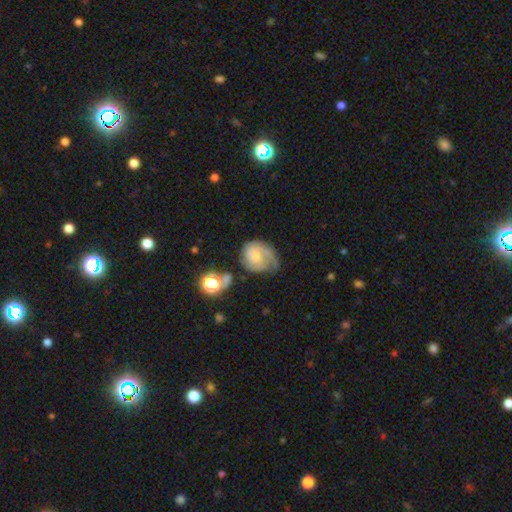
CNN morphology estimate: Smooth or featured? featured or disk (60%)
Edge-on disk? no (97%)
Bar? no (72%)
Spiral arms? yes (84%)
Bulge size? small (46%)
Merging? none (39%)